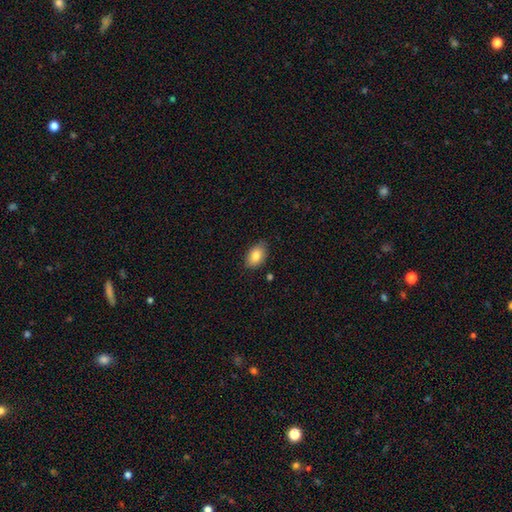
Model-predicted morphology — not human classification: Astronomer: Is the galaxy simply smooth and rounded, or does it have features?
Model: smooth — 83%.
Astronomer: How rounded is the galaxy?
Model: in between — 89%.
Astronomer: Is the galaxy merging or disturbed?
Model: none — 82%.